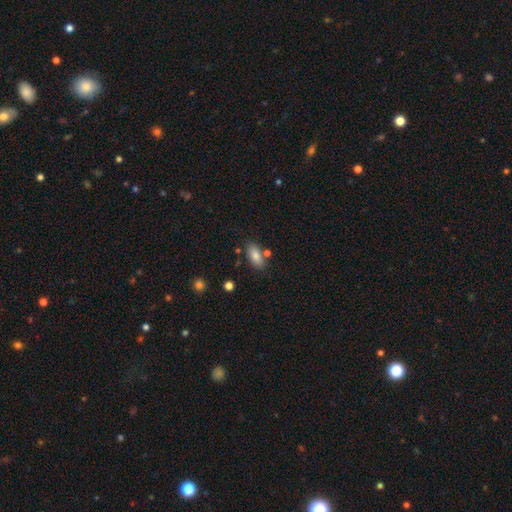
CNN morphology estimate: Overall: smooth (83%). How rounded: in between (89%). Merging: none (75%).